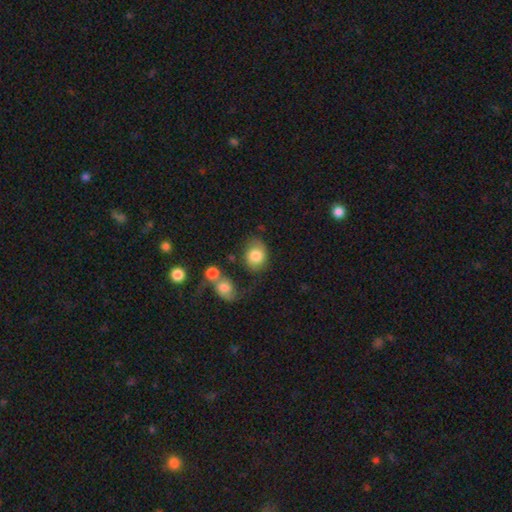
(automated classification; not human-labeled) The model was most divided on "how rounded": round: 52%, in between: 47%, cigar-shaped: 1%. More confident: smooth or featured — smooth (77%); merging — none (51%).